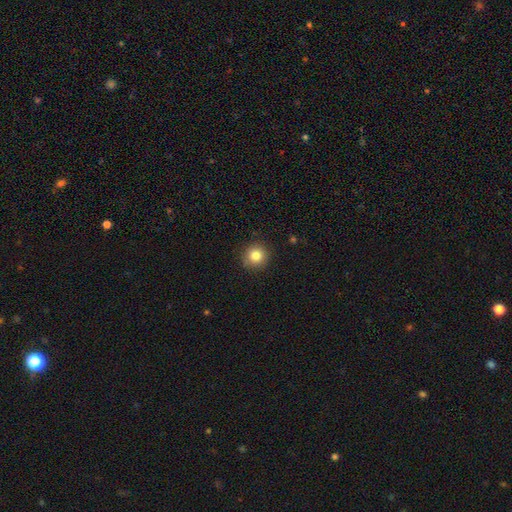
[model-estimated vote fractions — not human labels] Smooth or featured: smooth — 84% (star or artifact — 10%)
How rounded: round — 93% (in between — 6%)
Merging: none — 90% (minor disturbance — 7%)